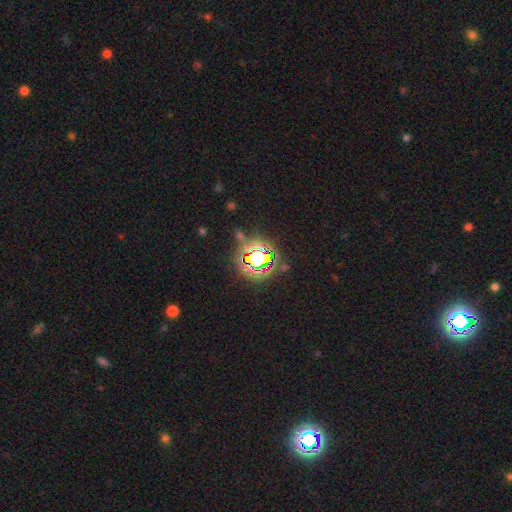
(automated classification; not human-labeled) This appears to be a star or artifact, not a galaxy (69%).